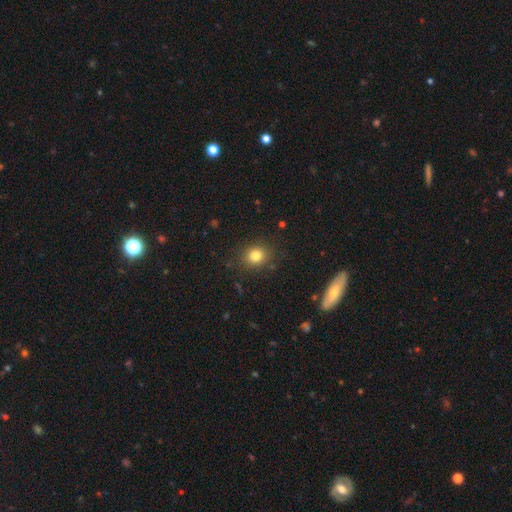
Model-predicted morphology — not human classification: The model was most divided on "how rounded": round: 68%, in between: 31%, cigar-shaped: 1%. More confident: merging — none (86%); smooth or featured — smooth (81%).